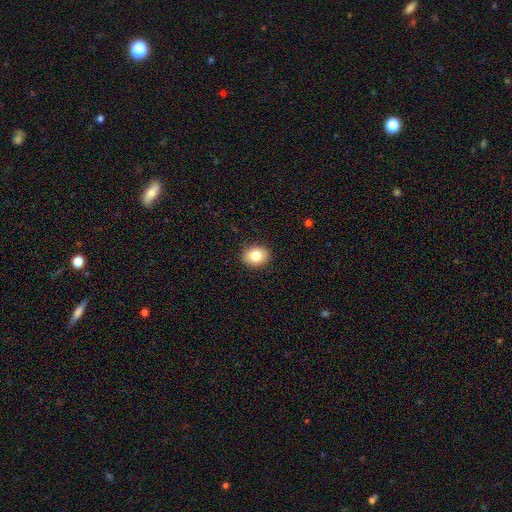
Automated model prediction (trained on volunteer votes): Smooth or featured? smooth (82%)
How rounded? in between (52%)
Merging? none (90%)